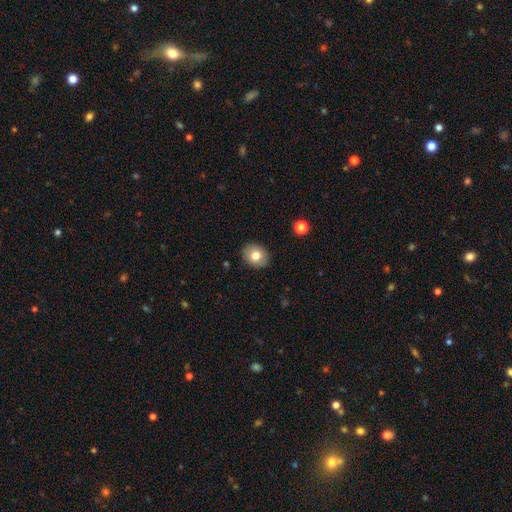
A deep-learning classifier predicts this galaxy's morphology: Smooth or featured? Predicted: smooth (p=0.79). How rounded? Predicted: round (p=0.56). Merging? Predicted: none (p=0.89).